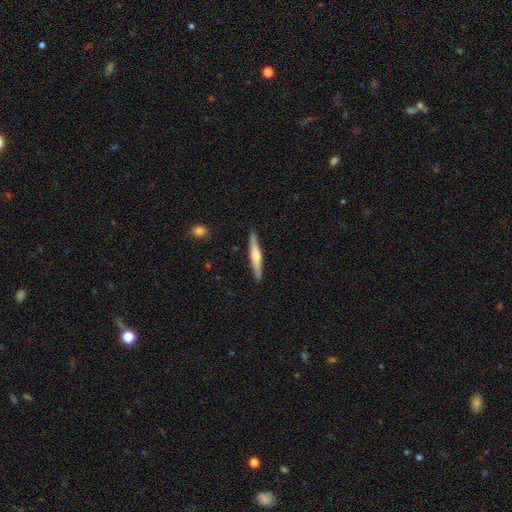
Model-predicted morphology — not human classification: A featured or disk galaxy (50%).

Vote fractions:
- Smooth or featured? featured or disk: 50% / smooth: 45% / star or artifact: 5%
- Merging? none: 87% / minor disturbance: 10% / major disturbance: 2% / merger: 1%